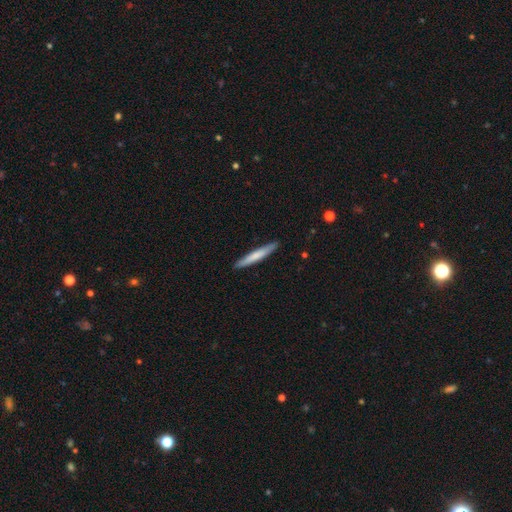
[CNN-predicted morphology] A smooth galaxy with no disk features (68%) that is cigar-shaped (95%).

Vote fractions:
- Smooth or featured? smooth: 68% / featured or disk: 27% / star or artifact: 5%
- How rounded? cigar-shaped: 95% / in between: 3% / round: 1%
- Merging? none: 90% / minor disturbance: 7% / major disturbance: 1% / merger: 1%